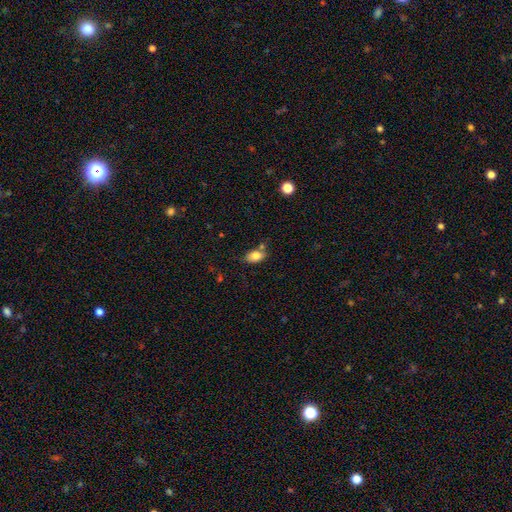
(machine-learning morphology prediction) Smooth or featured? smooth (81%)
How rounded? in between (89%)
Merging? none (63%)